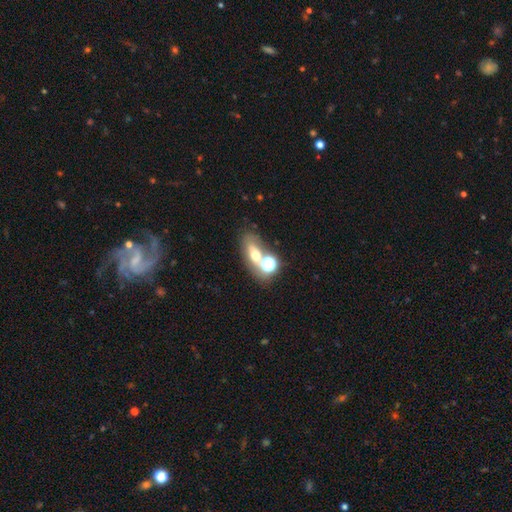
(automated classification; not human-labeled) Morphology: type=smooth (50%); roundness=in between (66%); merging=none (45%).